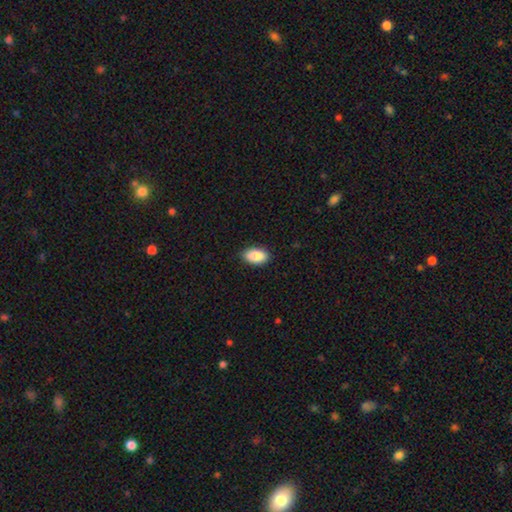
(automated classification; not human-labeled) smooth_or_featured: smooth (p=0.89) [alt: star or artifact p=0.07]
how_rounded: in between (p=0.94) [alt: round p=0.04]
merging: none (p=0.88) [alt: minor disturbance p=0.09]